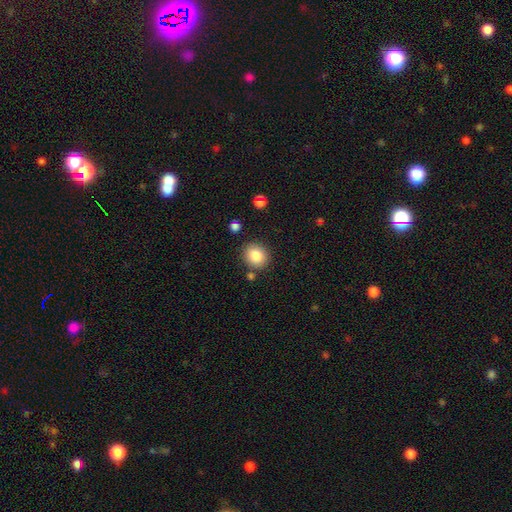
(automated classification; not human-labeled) smooth_or_featured: smooth (p=0.85) [alt: star or artifact p=0.09]
how_rounded: round (p=0.79) [alt: in between p=0.20]
merging: none (p=0.84) [alt: minor disturbance p=0.09]